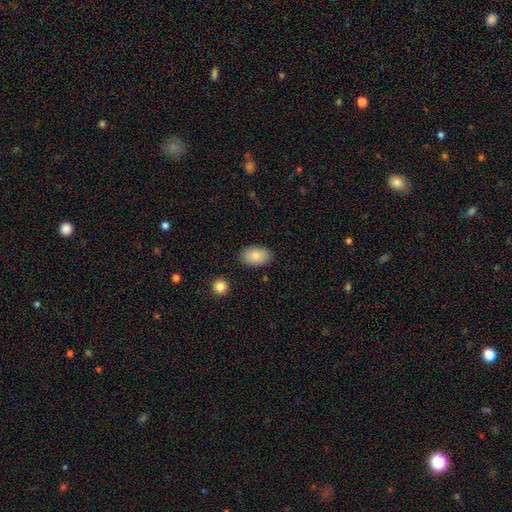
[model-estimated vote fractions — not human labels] Smooth or featured? smooth (84%)
How rounded? in between (91%)
Merging? none (85%)